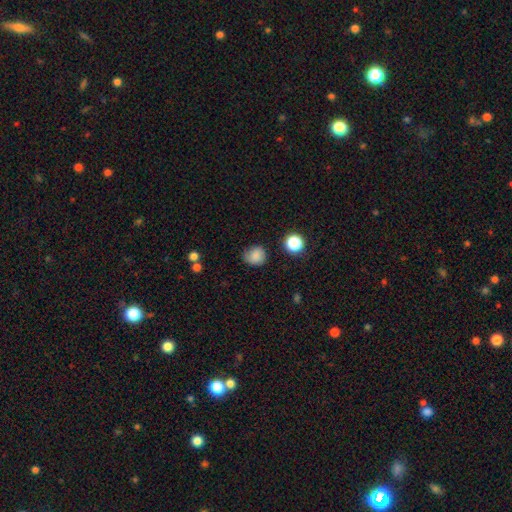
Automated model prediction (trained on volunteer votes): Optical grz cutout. It shows a smooth galaxy with no disk features (84%) that is round (82%). Merging: none (75%).